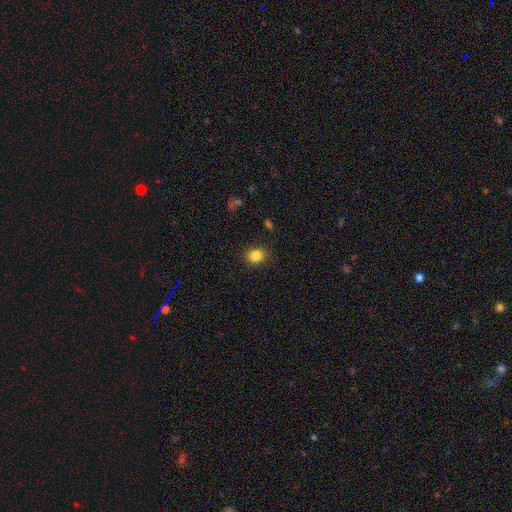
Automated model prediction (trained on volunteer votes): smooth-or-featured: smooth: 84% | star or artifact: 11% | featured or disk: 5%
  how-rounded: round: 63% | in between: 36% | cigar-shaped: 1%
  merging: none: 88% | minor disturbance: 8% | major disturbance: 2% | merger: 1%